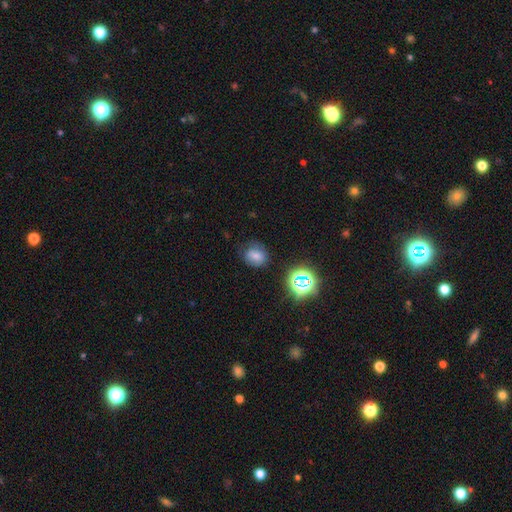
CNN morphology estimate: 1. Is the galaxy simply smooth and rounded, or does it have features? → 67% smooth, 20% star or artifact, 13% featured or disk.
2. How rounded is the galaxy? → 58% round, 40% in between, 1% cigar-shaped.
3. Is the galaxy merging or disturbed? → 71% none, 20% minor disturbance, 7% major disturbance, 2% merger.